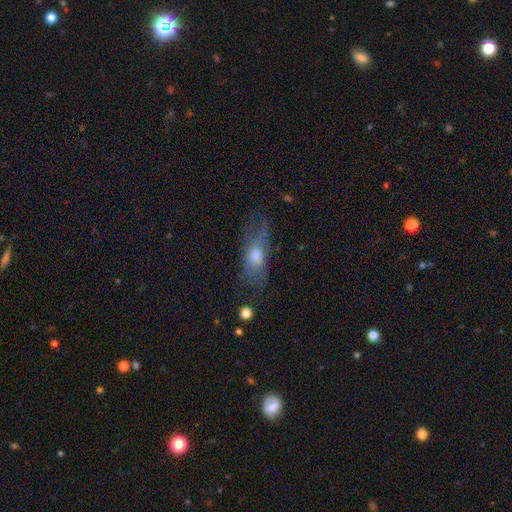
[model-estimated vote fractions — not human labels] Overall: smooth (52%; featured or disk 39%). How rounded: in between (65%; cigar-shaped 29%). Merging: none (54%; minor disturbance 25%).